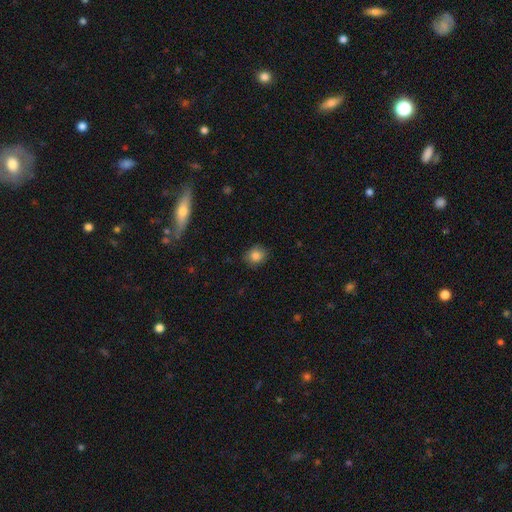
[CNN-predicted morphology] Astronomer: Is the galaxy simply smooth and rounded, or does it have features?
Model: smooth — 84%.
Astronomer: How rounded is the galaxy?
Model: round — 70%.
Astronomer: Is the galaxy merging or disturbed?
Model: none — 85%.